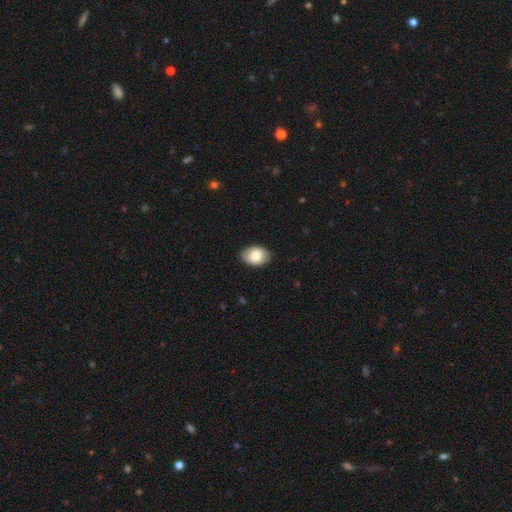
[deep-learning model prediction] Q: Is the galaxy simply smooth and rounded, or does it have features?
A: smooth — 79%.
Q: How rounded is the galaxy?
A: in between — 87%.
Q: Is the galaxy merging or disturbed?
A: none — 86%.